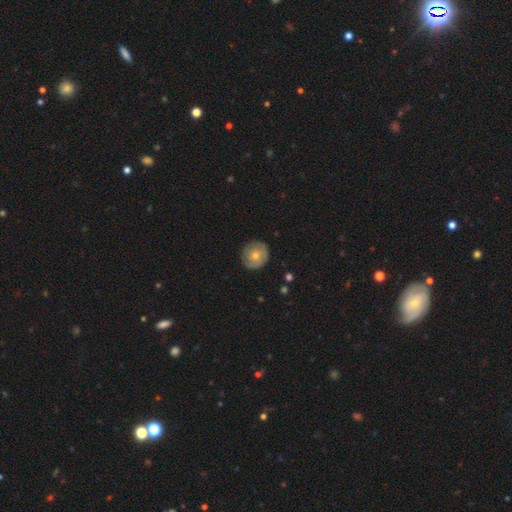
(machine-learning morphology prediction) type=smooth (50%); roundness=round (88%); merging=none (82%).